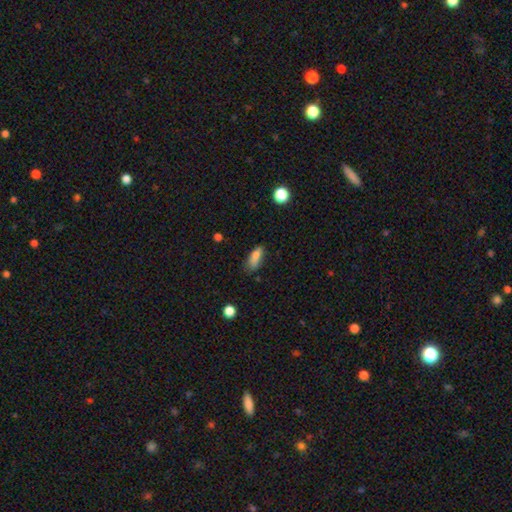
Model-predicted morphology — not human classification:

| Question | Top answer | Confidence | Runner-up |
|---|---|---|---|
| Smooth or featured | smooth | 80% | featured or disk (11%) |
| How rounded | in between | 77% | cigar-shaped (19%) |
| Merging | none | 51% | minor disturbance (33%) |